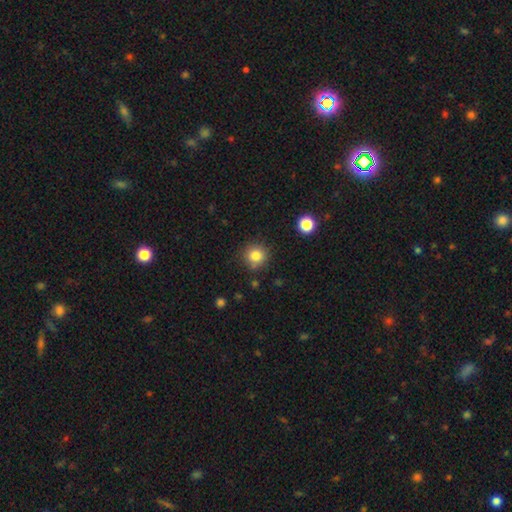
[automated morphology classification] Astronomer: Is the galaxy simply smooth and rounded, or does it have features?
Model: smooth — 82%.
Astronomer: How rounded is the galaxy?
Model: round — 93%.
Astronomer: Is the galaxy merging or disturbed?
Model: none — 84%.